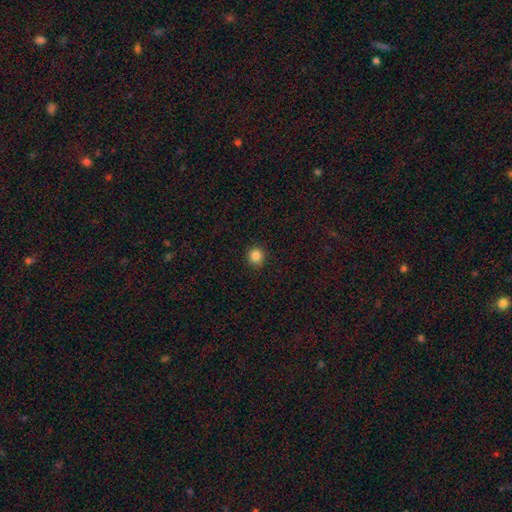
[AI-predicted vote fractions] smooth_or_featured: smooth (p=0.85) [alt: star or artifact p=0.11]
how_rounded: round (p=0.92) [alt: in between p=0.07]
merging: none (p=0.91) [alt: minor disturbance p=0.06]